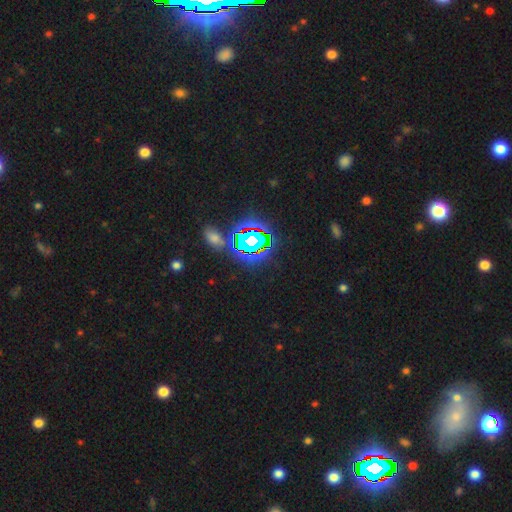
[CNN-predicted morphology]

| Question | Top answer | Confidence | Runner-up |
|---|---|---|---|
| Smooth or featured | star or artifact | 82% | smooth (11%) |